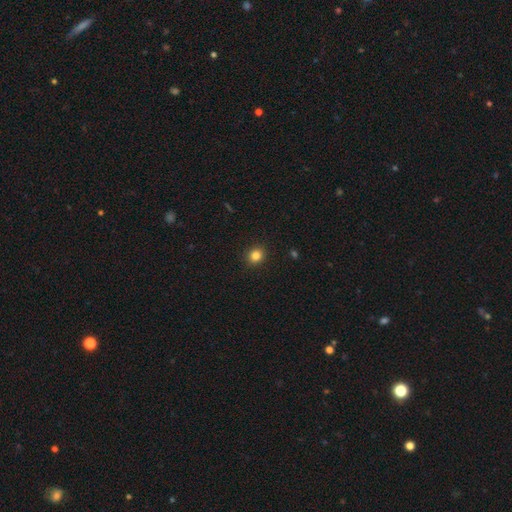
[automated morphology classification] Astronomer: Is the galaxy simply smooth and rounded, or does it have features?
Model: smooth — 83%.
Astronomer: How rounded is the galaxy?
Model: round — 78%.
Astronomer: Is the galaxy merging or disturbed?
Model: none — 91%.